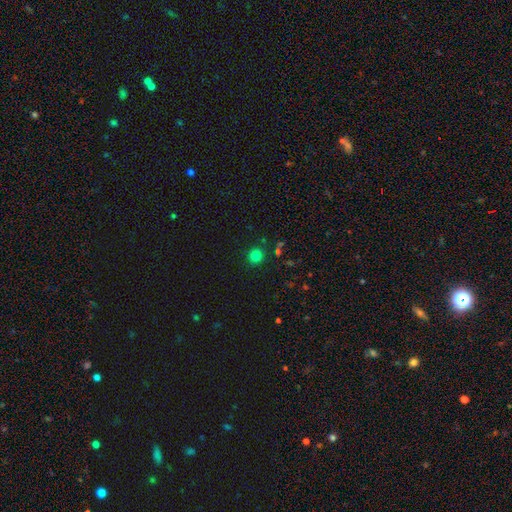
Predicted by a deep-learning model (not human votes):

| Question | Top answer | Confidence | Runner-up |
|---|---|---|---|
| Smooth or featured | smooth | 81% | star or artifact (15%) |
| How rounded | round | 92% | in between (7%) |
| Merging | none | 88% | minor disturbance (7%) |